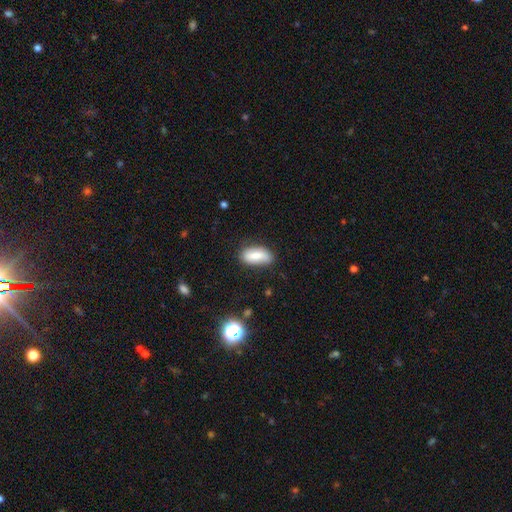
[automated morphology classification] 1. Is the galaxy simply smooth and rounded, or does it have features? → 76% smooth, 16% featured or disk, 7% star or artifact.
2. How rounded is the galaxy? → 89% in between, 8% cigar-shaped, 3% round.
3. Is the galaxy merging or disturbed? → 76% none, 19% minor disturbance, 4% major disturbance, 2% merger.